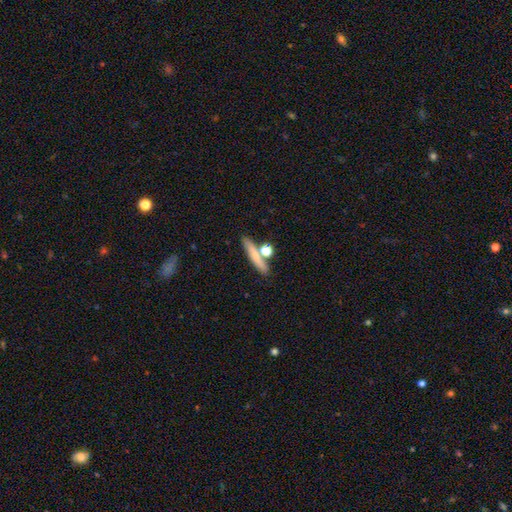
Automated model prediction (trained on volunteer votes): The model was most divided on "smooth or featured": smooth: 66%, featured or disk: 25%, star or artifact: 9%. More confident: how rounded — cigar-shaped (74%); merging — none (71%).